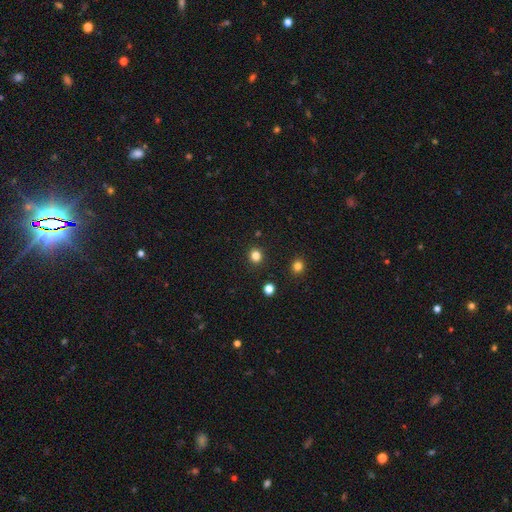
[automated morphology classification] A smooth galaxy with no disk features (82%) that is round (88%). Merging: none (91%).